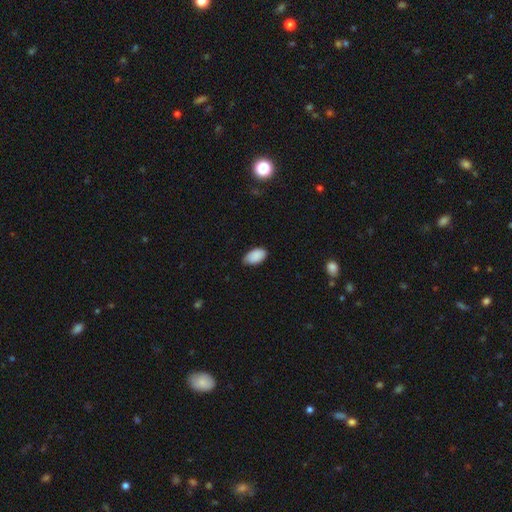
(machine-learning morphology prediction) The model was most divided on "merging": none: 76%, minor disturbance: 21%, major disturbance: 3%, merger: 1%. More confident: how rounded — in between (95%); smooth or featured — smooth (89%).